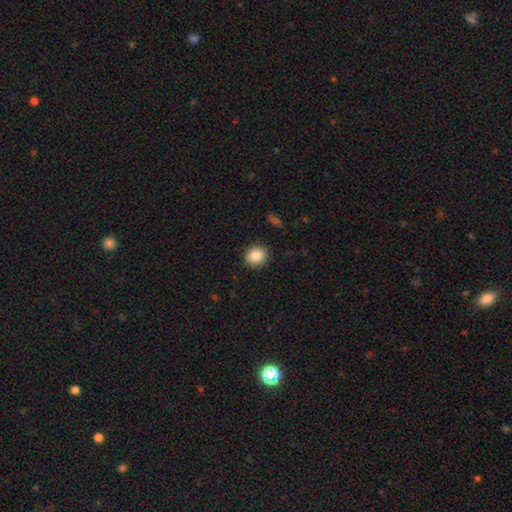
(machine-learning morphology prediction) smooth-or-featured: smooth: 85% | star or artifact: 9% | featured or disk: 6%
  how-rounded: round: 75% | in between: 24% | cigar-shaped: 1%
  merging: none: 90% | minor disturbance: 7% | major disturbance: 2% | merger: 1%